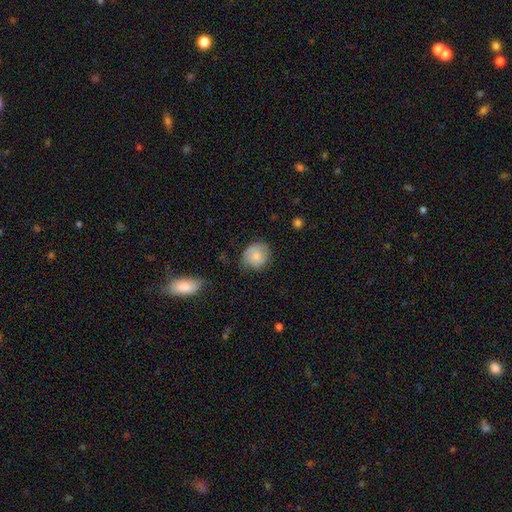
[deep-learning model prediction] Overall: smooth (78%). How rounded: round (79%). Merging: none (68%).